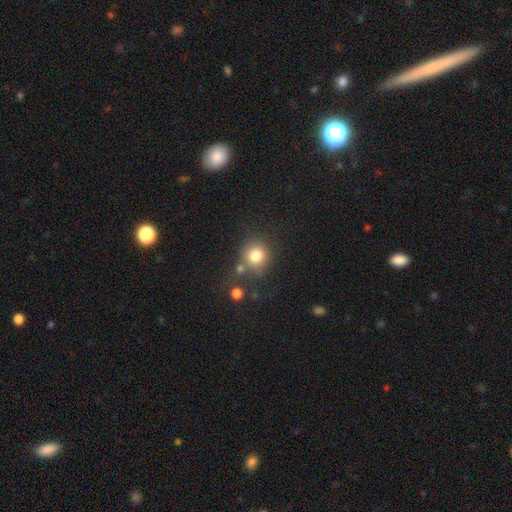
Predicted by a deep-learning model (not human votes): Smooth or featured: smooth — 80% (star or artifact — 12%)
How rounded: round — 86% (in between — 13%)
Merging: none — 66% (merger — 15%)